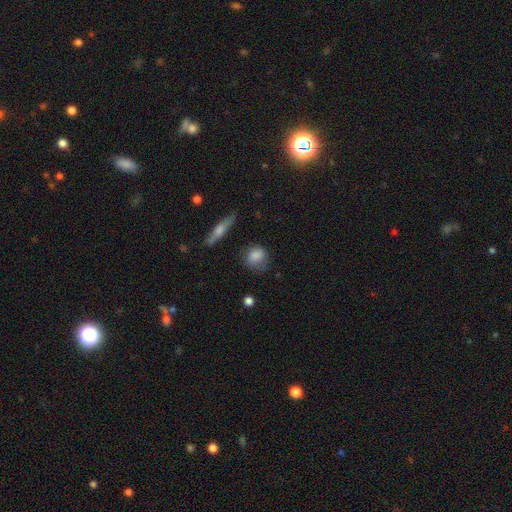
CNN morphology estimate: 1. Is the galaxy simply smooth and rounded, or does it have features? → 82% smooth, 10% featured or disk, 8% star or artifact.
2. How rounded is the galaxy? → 67% round, 29% in between, 4% cigar-shaped.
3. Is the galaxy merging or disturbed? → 64% none, 26% minor disturbance, 7% major disturbance, 3% merger.